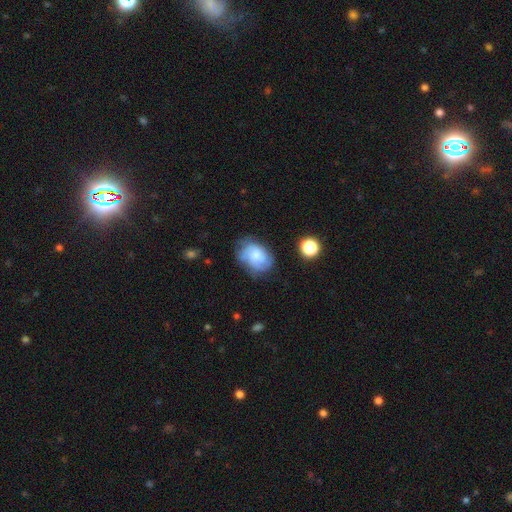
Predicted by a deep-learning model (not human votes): Smooth or featured?
  - smooth: 46% *
  - featured or disk: 44%
  - star or artifact: 9%
Merging?
  - none: 59% *
  - minor disturbance: 27%
  - major disturbance: 11%
  - merger: 3%